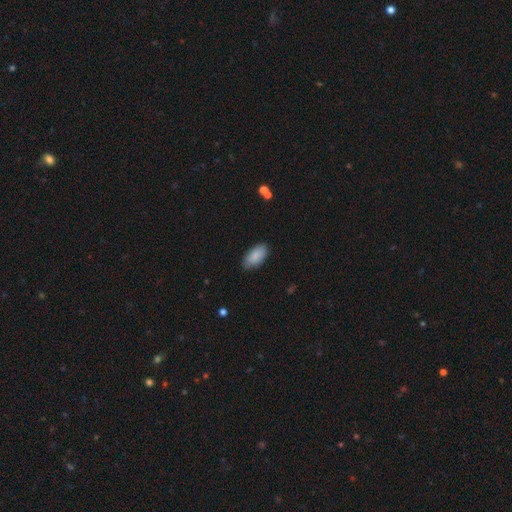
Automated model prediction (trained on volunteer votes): smooth 88%, star or artifact 6%, featured or disk 5%. Down the decision tree: how rounded — in between (93%); merging — none (82%).